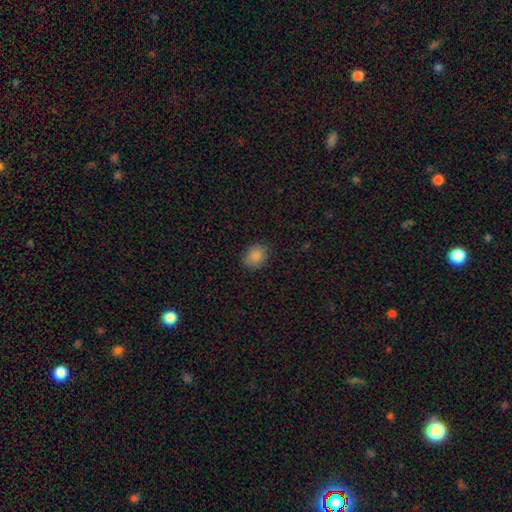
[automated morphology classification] smooth_or_featured: smooth (p=0.87) [alt: star or artifact p=0.09]
how_rounded: in between (p=0.58) [alt: round p=0.41]
merging: none (p=0.84) [alt: minor disturbance p=0.12]